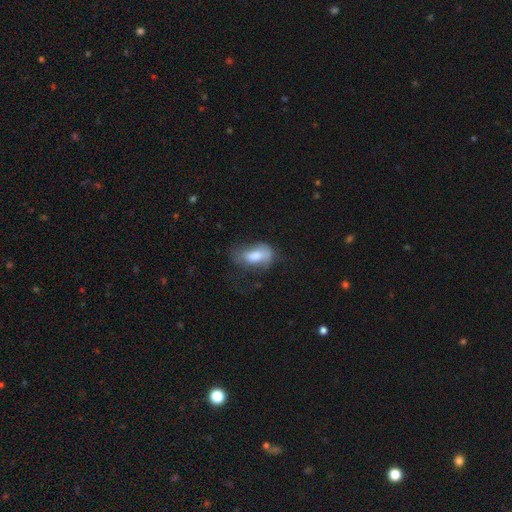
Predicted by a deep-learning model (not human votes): smooth-or-featured: smooth: 64% | featured or disk: 28% | star or artifact: 8%
  how-rounded: in between: 88% | cigar-shaped: 6% | round: 6%
  merging: none: 36% | minor disturbance: 31% | major disturbance: 30% | merger: 3%